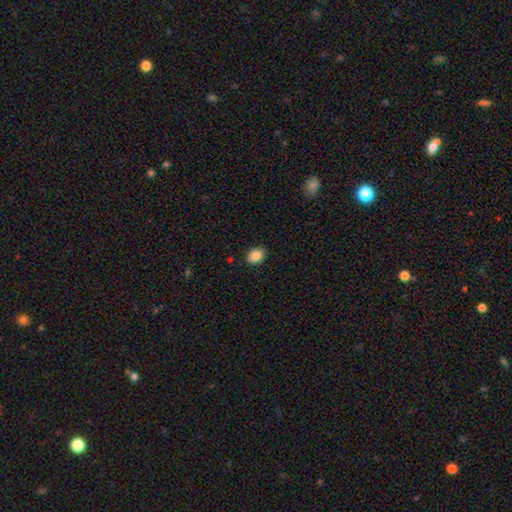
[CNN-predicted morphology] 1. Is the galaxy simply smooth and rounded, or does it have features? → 86% smooth, 8% star or artifact, 6% featured or disk.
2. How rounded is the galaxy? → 58% in between, 41% round, 1% cigar-shaped.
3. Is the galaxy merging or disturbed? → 89% none, 8% minor disturbance, 2% major disturbance, 1% merger.